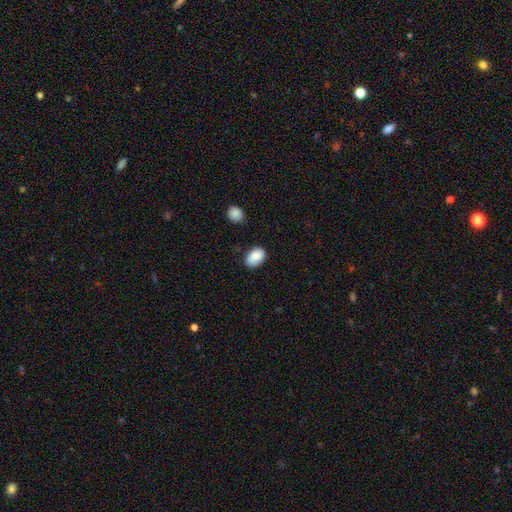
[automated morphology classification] This appears to be a smooth galaxy with no disk features (85%) that is in between round and cigar-shaped (85%). Merging: none (73%).